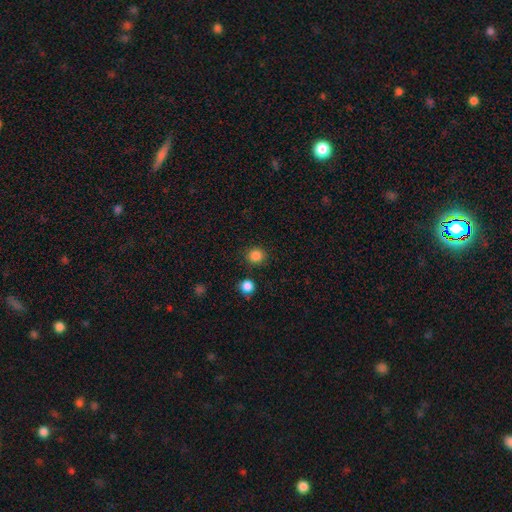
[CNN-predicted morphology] Overall: smooth (85%). How rounded: round (91%). Merging: none (88%).